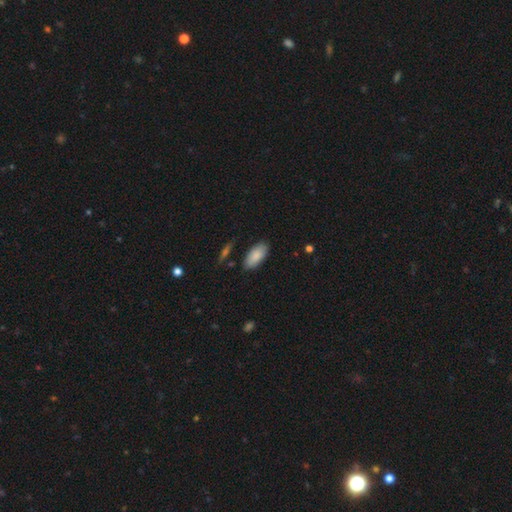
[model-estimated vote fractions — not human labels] Smooth or featured? smooth (86%)
How rounded? in between (91%)
Merging? none (81%)